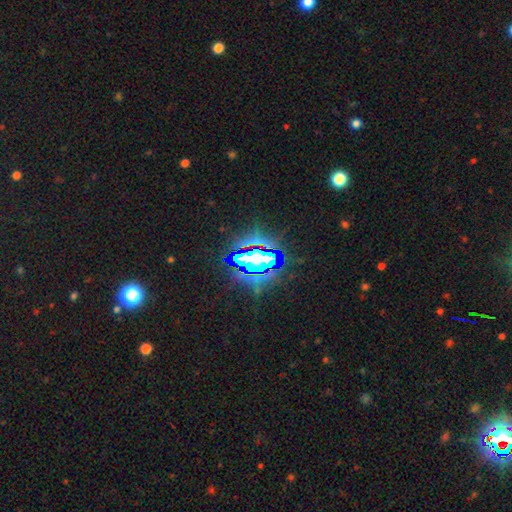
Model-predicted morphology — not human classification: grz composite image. It shows a star or artifact, not a galaxy (72%).